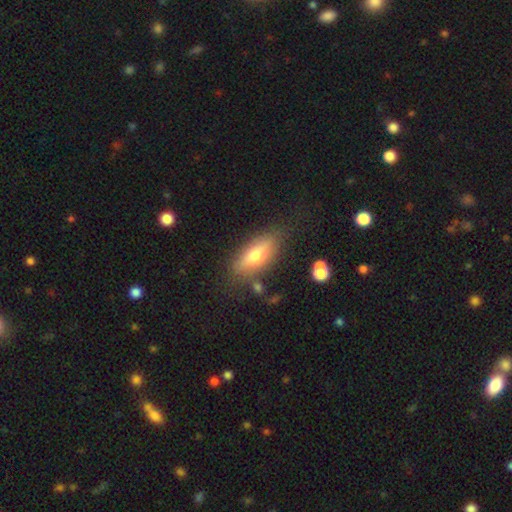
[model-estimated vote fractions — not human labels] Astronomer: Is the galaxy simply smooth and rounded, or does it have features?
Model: smooth — 53% (runner-up: featured or disk, 39%).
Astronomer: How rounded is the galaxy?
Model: in between — 66%.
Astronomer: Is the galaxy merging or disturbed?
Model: none — 74%.